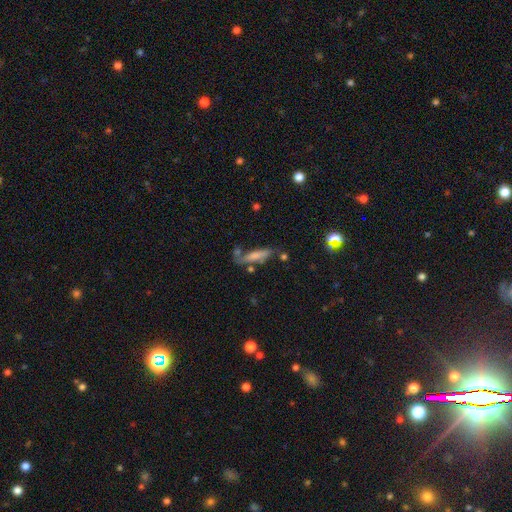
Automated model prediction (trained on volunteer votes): Smooth or featured?
  - smooth: 68% *
  - featured or disk: 24%
  - star or artifact: 8%
How rounded?
  - cigar-shaped: 76% *
  - in between: 22%
  - round: 2%
Merging?
  - none: 58% *
  - minor disturbance: 20%
  - merger: 14%
  - major disturbance: 8%